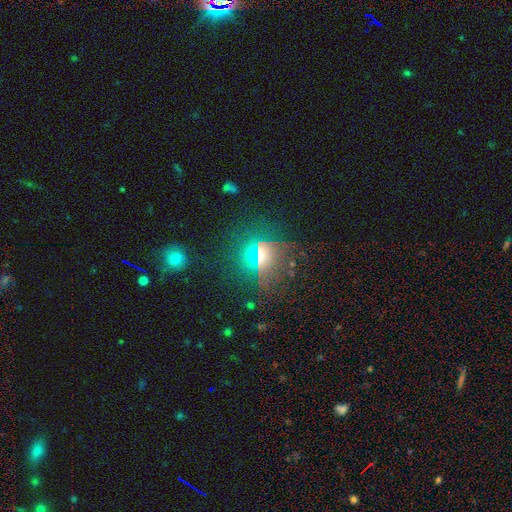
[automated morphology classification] This appears to be a smooth galaxy with no disk features (45%). Merging: none (78%).